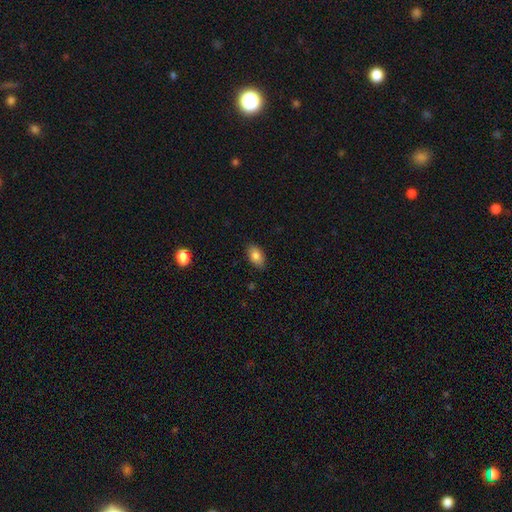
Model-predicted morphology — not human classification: Smooth or featured: smooth — 83% (featured or disk — 9%)
How rounded: in between — 89% (round — 9%)
Merging: none — 85% (minor disturbance — 12%)